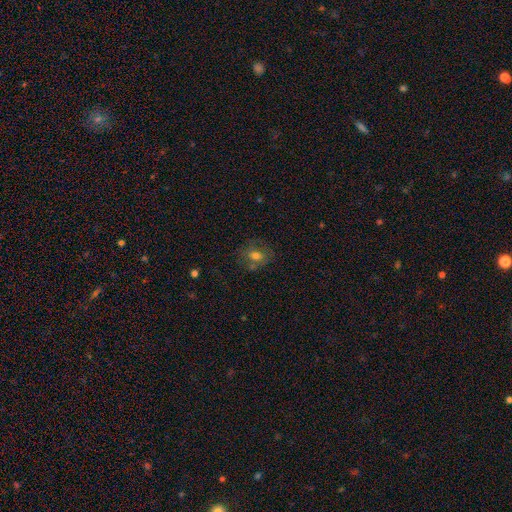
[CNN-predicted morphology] Q: Smooth or featured?
A: smooth (62%); runner-up: featured or disk (26%)
Q: How rounded?
A: round (52%); runner-up: in between (46%)
Q: Merging?
A: none (63%); runner-up: minor disturbance (19%)